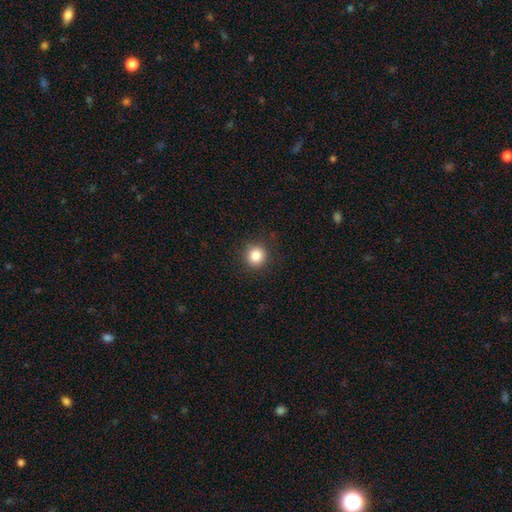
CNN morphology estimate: A smooth galaxy with no disk features (85%) that is round (94%).

Vote fractions:
- Smooth or featured? smooth: 85% / star or artifact: 11% / featured or disk: 4%
- How rounded? round: 94% / in between: 5% / cigar-shaped: 1%
- Merging? none: 90% / minor disturbance: 6% / major disturbance: 2% / merger: 1%